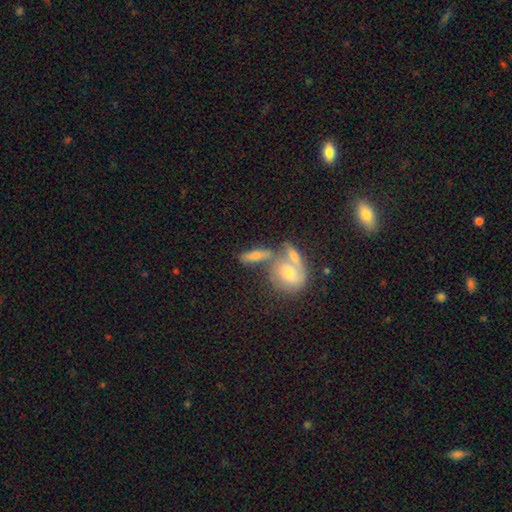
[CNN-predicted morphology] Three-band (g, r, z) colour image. It shows a smooth galaxy with no disk features (62%) that is in between round and cigar-shaped (52%). Merging: merger (47%).